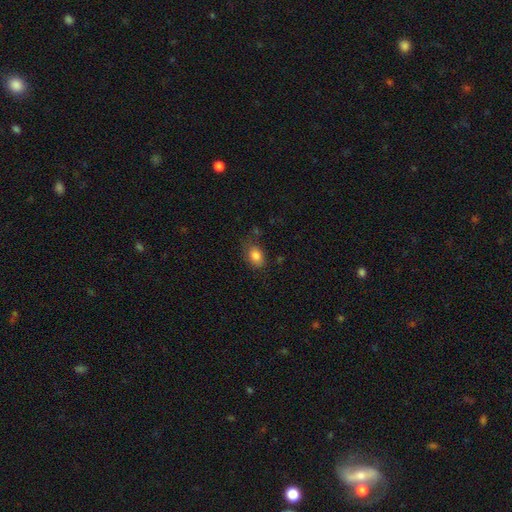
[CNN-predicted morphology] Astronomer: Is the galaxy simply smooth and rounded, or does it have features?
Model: smooth — 84%.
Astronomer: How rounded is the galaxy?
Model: in between — 78%.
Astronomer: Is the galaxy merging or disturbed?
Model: none — 69%.